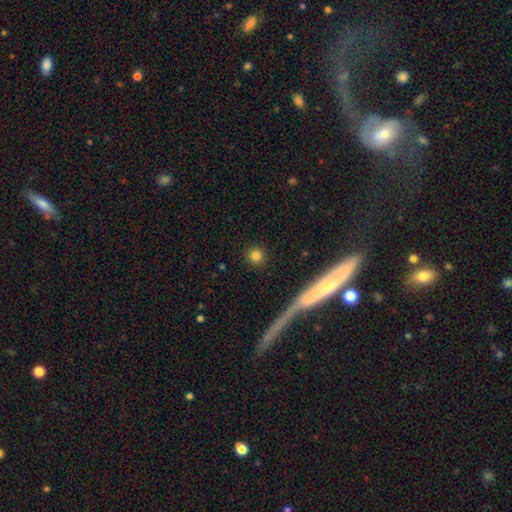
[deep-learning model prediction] Smooth or featured? smooth (81%)
How rounded? round (94%)
Merging? none (91%)